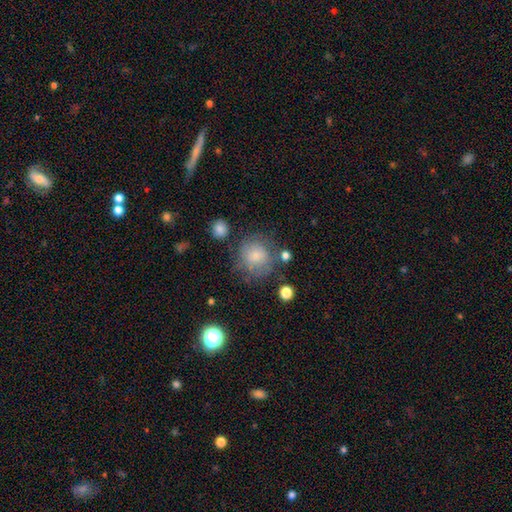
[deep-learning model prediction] This appears to be a smooth galaxy with no disk features (72%) that is round (86%). Merging: none (62%).